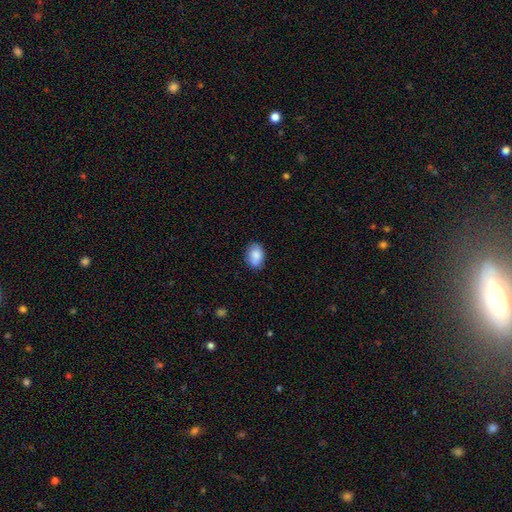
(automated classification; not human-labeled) Morphology: type=smooth (85%); roundness=in between (79%); merging=none (75%).